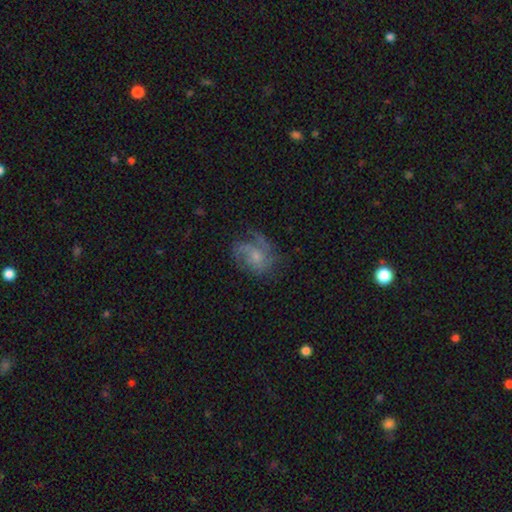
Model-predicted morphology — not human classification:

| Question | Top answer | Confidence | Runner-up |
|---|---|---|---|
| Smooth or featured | featured or disk | 66% | smooth (26%) |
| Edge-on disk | no | 97% | yes (3%) |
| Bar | no | 73% | weak (24%) |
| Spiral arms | yes | 83% | no (17%) |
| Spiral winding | medium | 44% | tight (30%) |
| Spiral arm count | can't tell | 29% | 2 (26%) |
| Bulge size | small | 52% | moderate (34%) |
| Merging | none | 53% | minor disturbance (23%) |